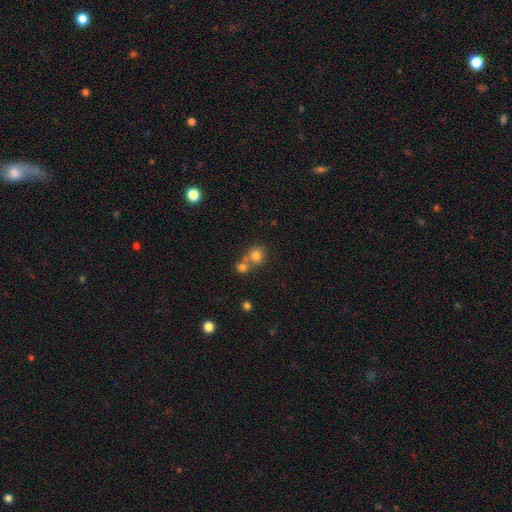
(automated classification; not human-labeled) smooth-or-featured: smooth: 78% | star or artifact: 13% | featured or disk: 10%
  how-rounded: round: 85% | in between: 14% | cigar-shaped: 1%
  merging: none: 47% | merger: 42% | minor disturbance: 7% | major disturbance: 3%